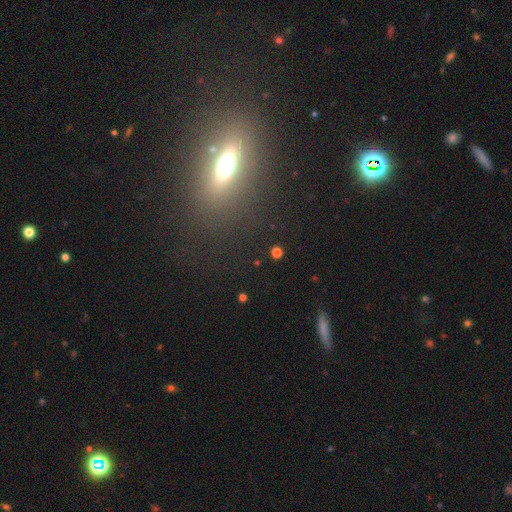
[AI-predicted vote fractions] A featured or disk galaxy (38%).

Vote fractions:
- Smooth or featured? featured or disk: 38% / smooth: 35% / star or artifact: 27%
- Merging? none: 84% / minor disturbance: 9% / major disturbance: 4% / merger: 3%